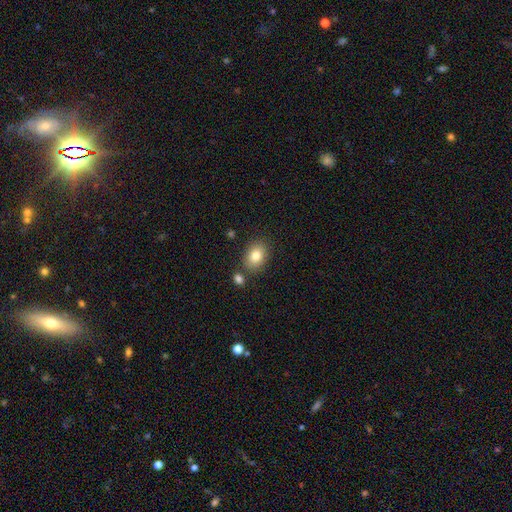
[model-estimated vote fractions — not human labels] This appears to be a smooth galaxy with no disk features (82%) that is in between round and cigar-shaped (71%). Merging: none (78%).